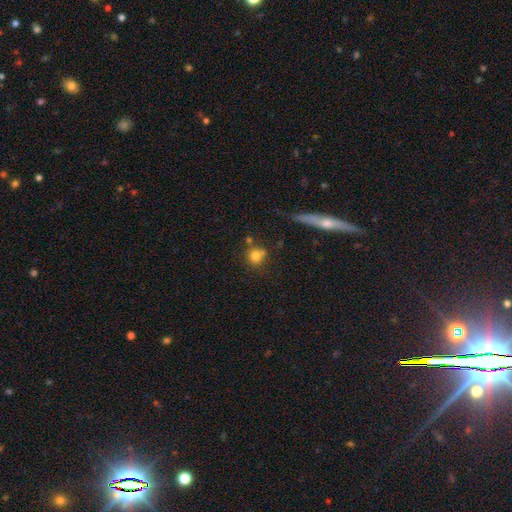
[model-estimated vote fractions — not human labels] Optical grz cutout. It shows a smooth galaxy with no disk features (77%) that is round (85%). Merging: none (59%).